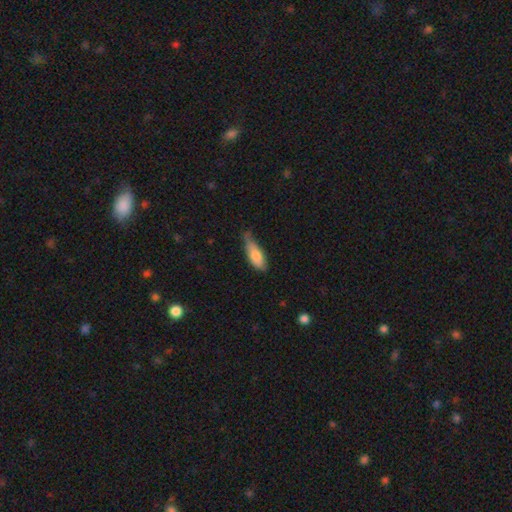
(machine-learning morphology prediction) smooth-or-featured: smooth: 79% | featured or disk: 15% | star or artifact: 6%
  how-rounded: in between: 72% | cigar-shaped: 26% | round: 2%
  merging: minor disturbance: 49% | none: 34% | major disturbance: 14% | merger: 3%